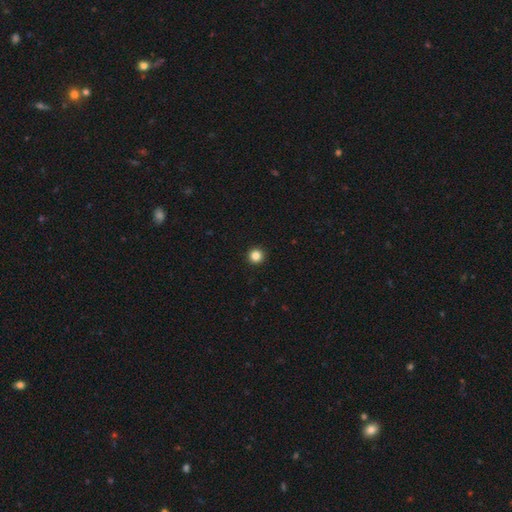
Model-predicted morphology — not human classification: Overall: smooth (85%). How rounded: round (96%). Merging: none (94%).